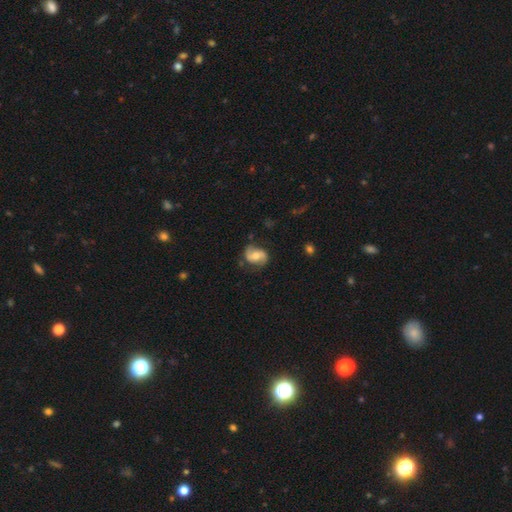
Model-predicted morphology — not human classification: Q: Smooth or featured?
A: featured or disk (71%); runner-up: smooth (22%)
Q: Edge-on disk?
A: no (97%); runner-up: yes (3%)
Q: Bar?
A: no (47%); runner-up: weak (39%)
Q: Spiral arms?
A: yes (93%); runner-up: no (7%)
Q: Spiral winding?
A: loose (44%); runner-up: medium (40%)
Q: Spiral arm count?
A: 2 (91%); runner-up: can't tell (4%)
Q: Bulge size?
A: moderate (60%); runner-up: small (27%)
Q: Merging?
A: none (74%); runner-up: minor disturbance (18%)